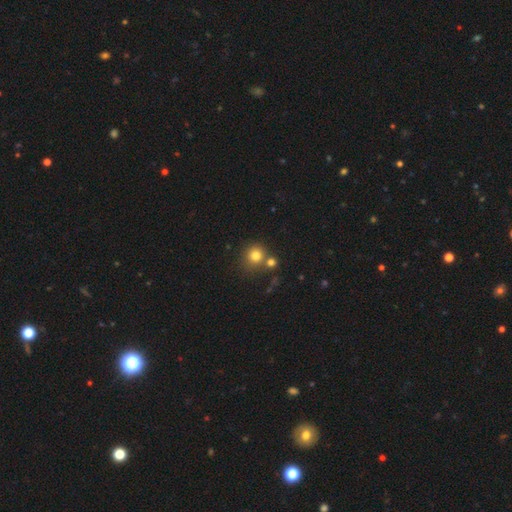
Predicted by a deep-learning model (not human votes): A smooth galaxy with no disk features (80%) that is round (90%). Merging: none (66%).